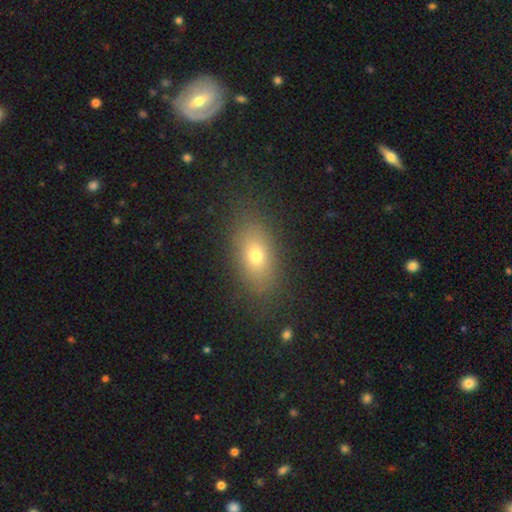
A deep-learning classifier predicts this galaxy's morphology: smooth-or-featured: smooth: 72% | featured or disk: 16% | star or artifact: 12%
  how-rounded: in between: 83% | round: 11% | cigar-shaped: 6%
  merging: none: 82% | minor disturbance: 11% | major disturbance: 5% | merger: 1%